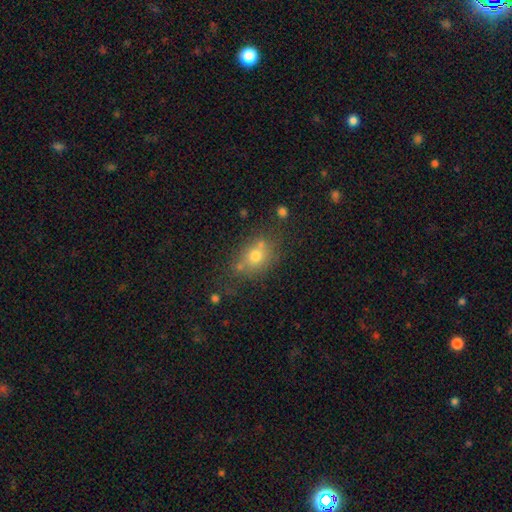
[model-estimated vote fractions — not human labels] Q: Smooth or featured?
A: smooth (71%); runner-up: featured or disk (15%)
Q: How rounded?
A: in between (53%); runner-up: round (45%)
Q: Merging?
A: none (64%); runner-up: minor disturbance (17%)